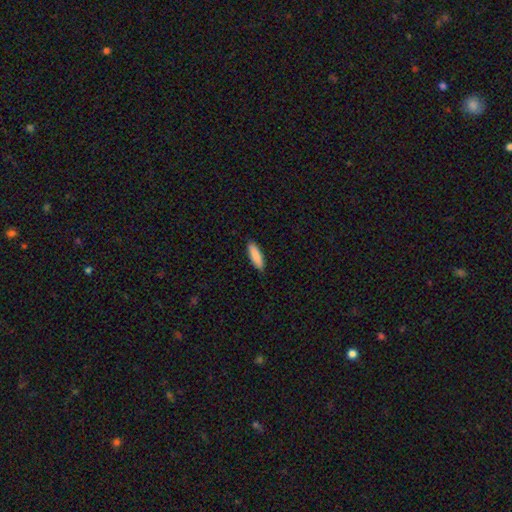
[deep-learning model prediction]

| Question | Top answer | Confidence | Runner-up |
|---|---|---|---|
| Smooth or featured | smooth | 88% | featured or disk (6%) |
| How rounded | cigar-shaped | 54% | in between (44%) |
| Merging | none | 89% | minor disturbance (8%) |